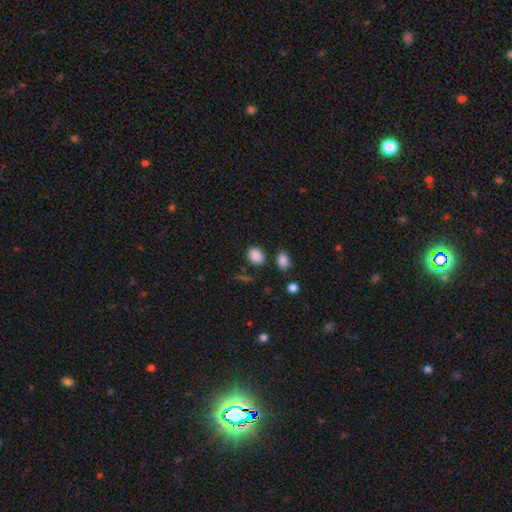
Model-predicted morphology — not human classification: Q: Smooth or featured?
A: smooth (87%); runner-up: star or artifact (10%)
Q: How rounded?
A: in between (63%); runner-up: round (36%)
Q: Merging?
A: none (80%); runner-up: minor disturbance (11%)